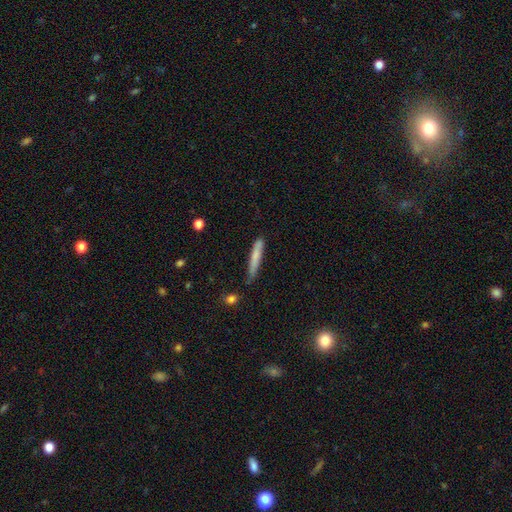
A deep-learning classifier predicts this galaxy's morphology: A smooth galaxy with no disk features (72%) that is cigar-shaped (93%).

Vote fractions:
- Smooth or featured? smooth: 72% / featured or disk: 22% / star or artifact: 6%
- How rounded? cigar-shaped: 93% / in between: 5% / round: 1%
- Merging? none: 69% / minor disturbance: 24% / major disturbance: 4% / merger: 3%